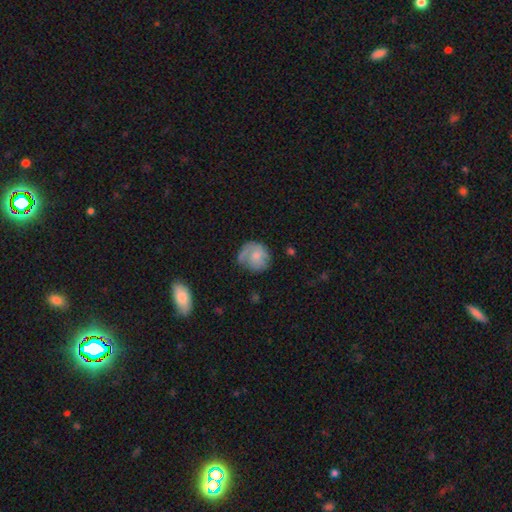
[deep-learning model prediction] smooth_or_featured: smooth (p=0.58) [alt: featured or disk p=0.35]
how_rounded: round (p=0.83) [alt: in between p=0.16]
merging: none (p=0.56) [alt: minor disturbance p=0.27]